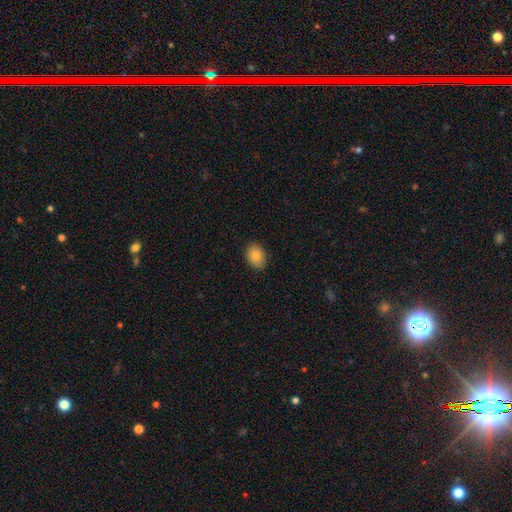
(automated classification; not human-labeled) A smooth galaxy with no disk features (83%) that is in between round and cigar-shaped (74%).

Vote fractions:
- Smooth or featured? smooth: 83% / featured or disk: 9% / star or artifact: 8%
- How rounded? in between: 74% / round: 25% / cigar-shaped: 1%
- Merging? none: 86% / minor disturbance: 11% / major disturbance: 2% / merger: 1%